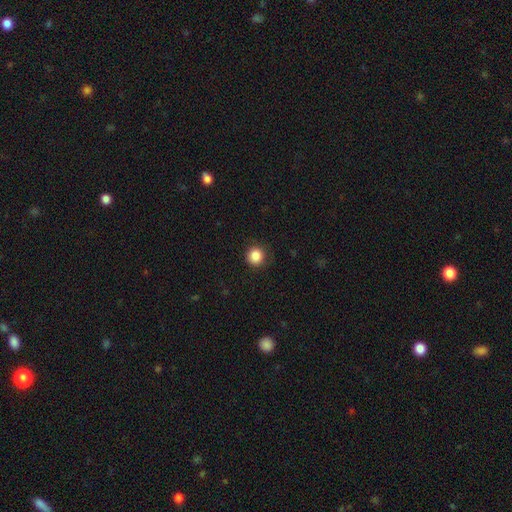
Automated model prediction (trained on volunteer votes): smooth 86%, star or artifact 10%, featured or disk 4%. Down the decision tree: how rounded — round (93%); merging — none (87%).